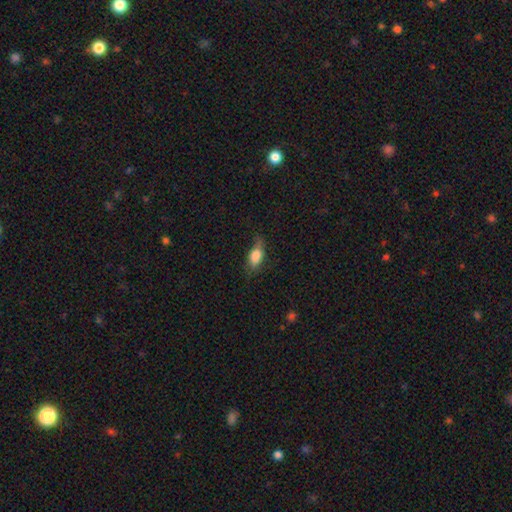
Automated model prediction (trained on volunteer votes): Morphology: type=smooth (76%); roundness=in between (80%); merging=none (60%).